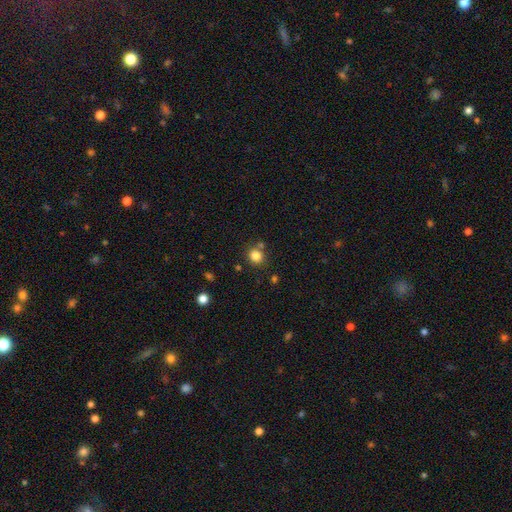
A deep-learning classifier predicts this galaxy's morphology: smooth-or-featured: smooth: 82% | star or artifact: 12% | featured or disk: 5%
  how-rounded: round: 87% | in between: 12% | cigar-shaped: 1%
  merging: none: 76% | merger: 11% | minor disturbance: 10% | major disturbance: 3%